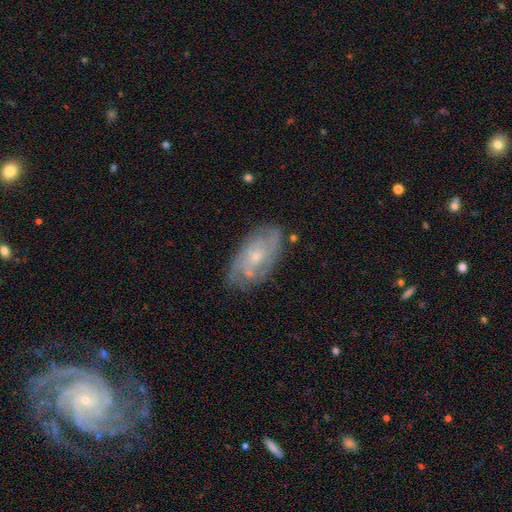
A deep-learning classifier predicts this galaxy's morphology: Smooth or featured? Predicted: featured or disk (p=0.75). Edge-on disk? Predicted: no (p=0.94). Bar? Predicted: no (p=0.72). Spiral arms? Predicted: yes (p=0.86). Spiral winding? Predicted: tight (p=0.53). Spiral arm count? Predicted: can't tell (p=0.43). Bulge size? Predicted: small (p=0.63). Merging? Predicted: none (p=0.72).